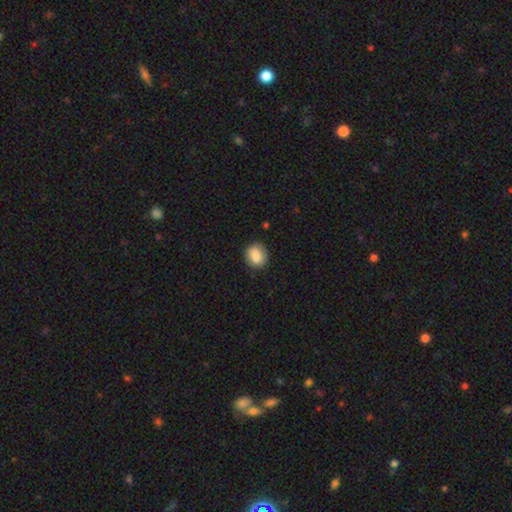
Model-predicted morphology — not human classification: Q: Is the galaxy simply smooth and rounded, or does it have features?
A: smooth — 84%.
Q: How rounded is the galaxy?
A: round — 68%.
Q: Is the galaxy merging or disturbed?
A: none — 82%.